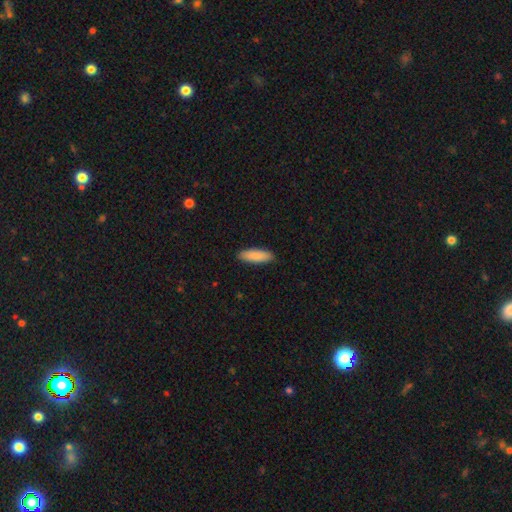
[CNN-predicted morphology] Smooth or featured?
  - smooth: 89% *
  - featured or disk: 6%
  - star or artifact: 5%
How rounded?
  - in between: 52% *
  - cigar-shaped: 47%
  - round: 2%
Merging?
  - none: 89% *
  - minor disturbance: 8%
  - major disturbance: 2%
  - merger: 1%